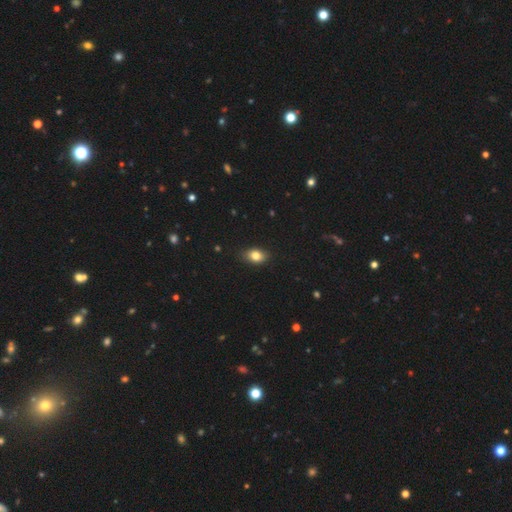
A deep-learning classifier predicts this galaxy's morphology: Smooth or featured? smooth (82%)
How rounded? in between (79%)
Merging? none (84%)